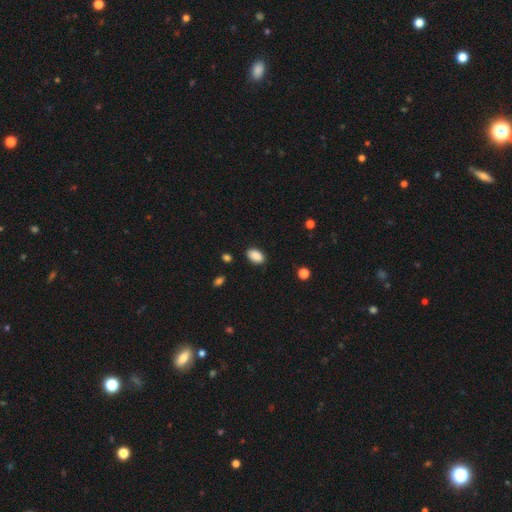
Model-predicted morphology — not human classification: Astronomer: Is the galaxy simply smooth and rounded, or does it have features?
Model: smooth — 89%.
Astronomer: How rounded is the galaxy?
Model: in between — 90%.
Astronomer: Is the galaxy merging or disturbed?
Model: none — 86%.